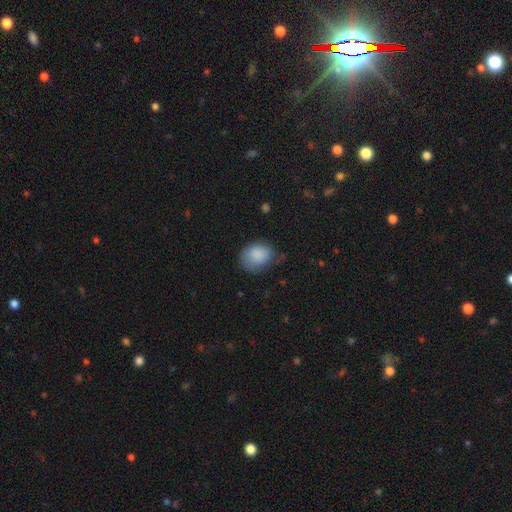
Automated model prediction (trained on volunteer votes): Morphology: type=smooth (86%); roundness=round (52%); merging=none (58%).